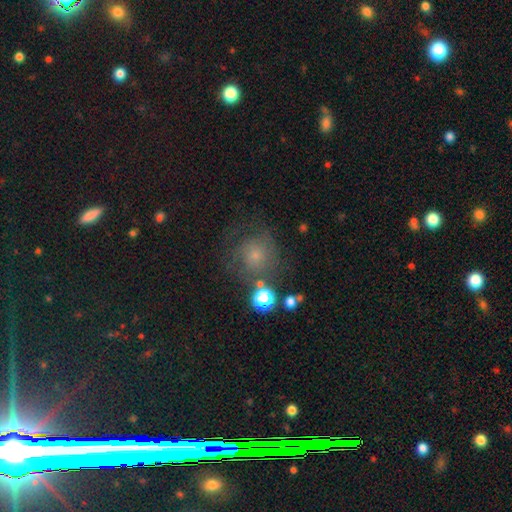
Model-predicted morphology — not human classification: A smooth galaxy with no disk features (53%) that is round (88%).

Vote fractions:
- Smooth or featured? smooth: 53% / featured or disk: 29% / star or artifact: 18%
- How rounded? round: 88% / in between: 11% / cigar-shaped: 1%
- Merging? none: 60% / minor disturbance: 18% / major disturbance: 16% / merger: 6%